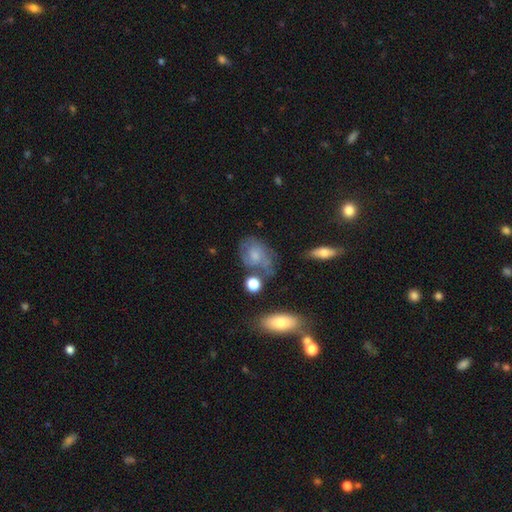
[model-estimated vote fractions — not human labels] This appears to be a featured or disk galaxy (53%) with no bar (73%), spiral arms (77%) and a small central bulge (42%). Merging: none (50%).